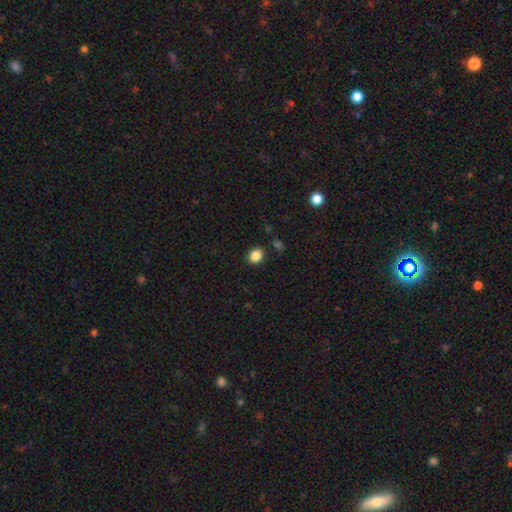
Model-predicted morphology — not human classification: Smooth or featured: smooth — 86% (star or artifact — 10%)
How rounded: round — 56% (in between — 43%)
Merging: none — 86% (minor disturbance — 8%)